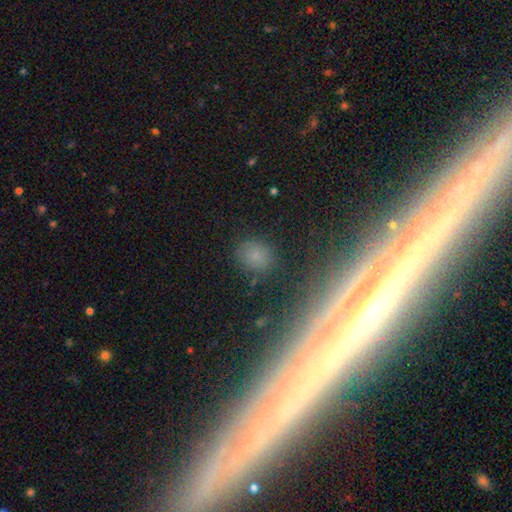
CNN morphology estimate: smooth_or_featured: smooth (p=0.69) [alt: star or artifact p=0.22]
how_rounded: round (p=0.64) [alt: in between p=0.34]
merging: none (p=0.82) [alt: minor disturbance p=0.11]